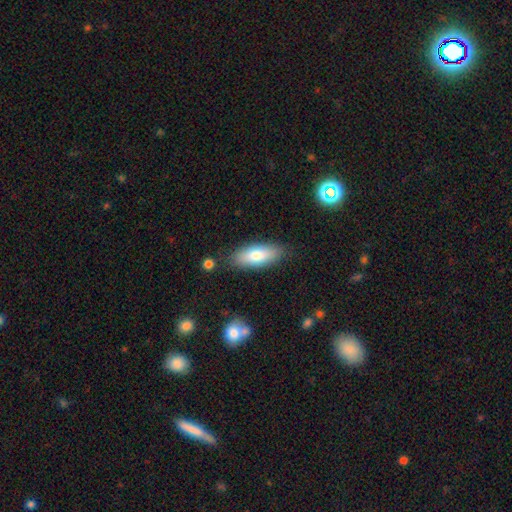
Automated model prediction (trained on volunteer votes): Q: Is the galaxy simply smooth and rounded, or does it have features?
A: smooth — 77%.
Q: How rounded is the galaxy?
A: in between — 74%.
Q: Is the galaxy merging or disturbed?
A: none — 83%.